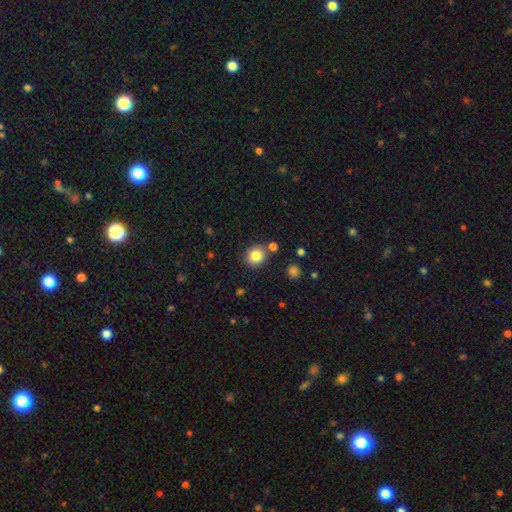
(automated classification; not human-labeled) Smooth or featured? smooth (84%)
How rounded? round (78%)
Merging? none (80%)